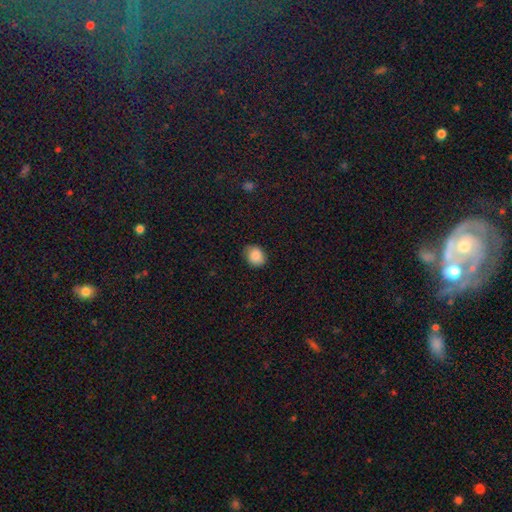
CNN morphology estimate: Smooth or featured?
  - smooth: 86% *
  - star or artifact: 8%
  - featured or disk: 6%
How rounded?
  - round: 50% * (tied)
  - in between: 50% * (tied)
  - cigar-shaped: 1%
Merging?
  - none: 82% *
  - minor disturbance: 14%
  - major disturbance: 3%
  - merger: 1%